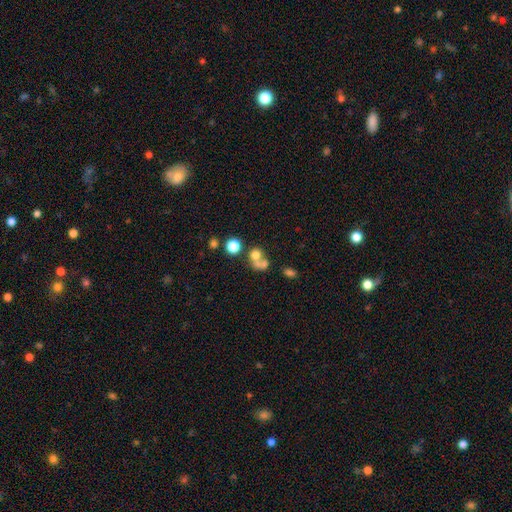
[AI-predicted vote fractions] This appears to be a smooth galaxy with no disk features (65%) that is round (74%). Merging: merger (53%).